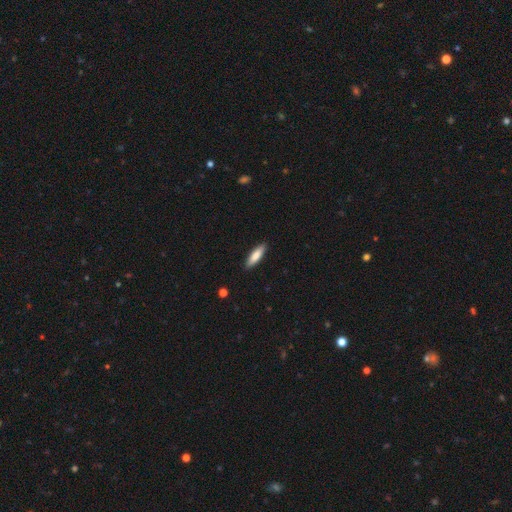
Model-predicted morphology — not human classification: This is clearly a smooth galaxy (81%). How rounded: possibly cigar-shaped (60%). Merging: clearly none (89%).